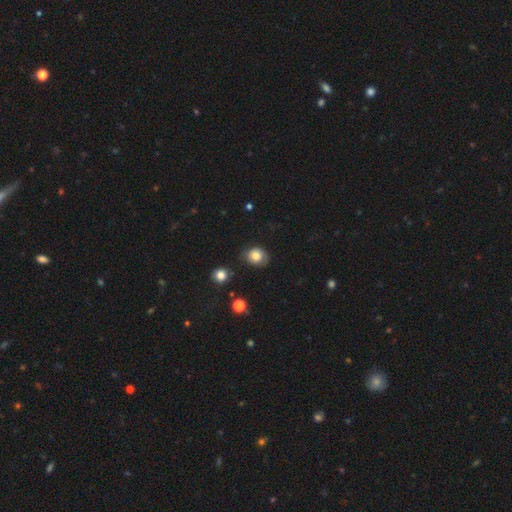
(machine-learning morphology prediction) Smooth or featured?
  - smooth: 80% *
  - star or artifact: 10%
  - featured or disk: 10%
How rounded?
  - round: 67% *
  - in between: 32%
  - cigar-shaped: 1%
Merging?
  - none: 75% *
  - minor disturbance: 18%
  - major disturbance: 4%
  - merger: 3%